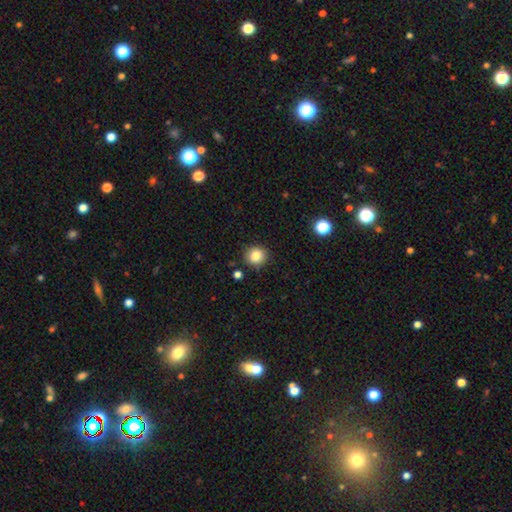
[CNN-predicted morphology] Q: Smooth or featured?
A: smooth (84%); runner-up: star or artifact (11%)
Q: How rounded?
A: round (87%); runner-up: in between (12%)
Q: Merging?
A: none (89%); runner-up: minor disturbance (7%)